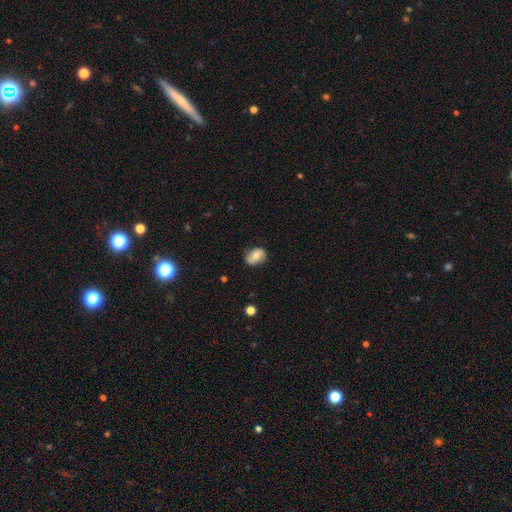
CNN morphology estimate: type=smooth (64%); roundness=in between (69%); merging=none (70%).